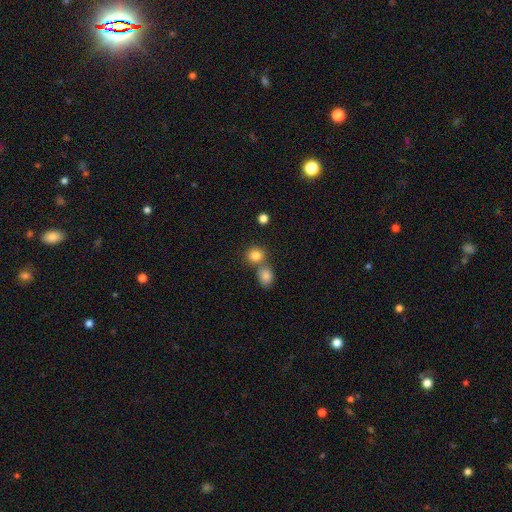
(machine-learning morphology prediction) A smooth galaxy with no disk features (82%) that is round (82%).

Vote fractions:
- Smooth or featured? smooth: 82% / star or artifact: 11% / featured or disk: 7%
- How rounded? round: 82% / in between: 17% / cigar-shaped: 1%
- Merging? none: 56% / merger: 35% / minor disturbance: 7% / major disturbance: 3%